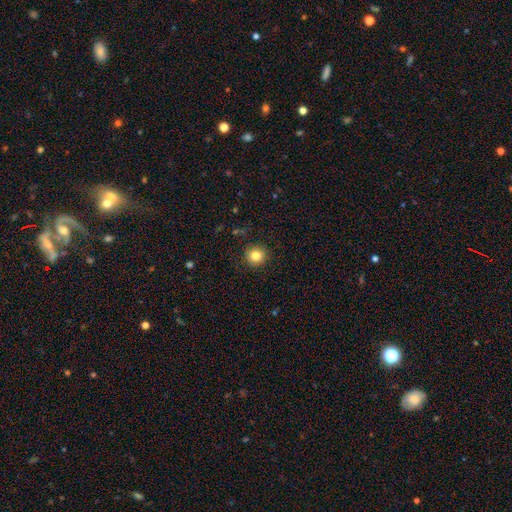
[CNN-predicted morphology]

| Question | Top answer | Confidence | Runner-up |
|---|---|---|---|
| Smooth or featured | smooth | 84% | star or artifact (10%) |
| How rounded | round | 93% | in between (6%) |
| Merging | none | 90% | minor disturbance (6%) |